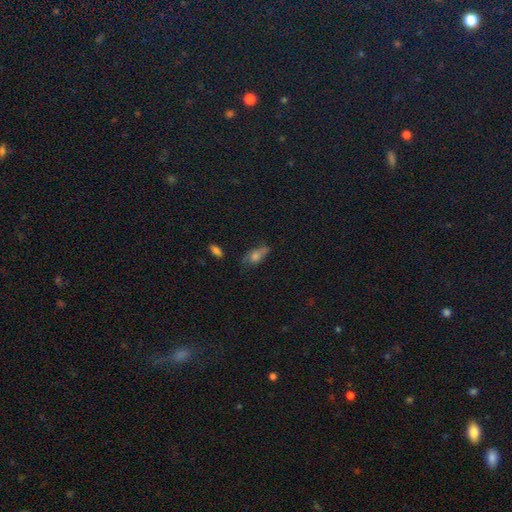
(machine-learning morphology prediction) A smooth galaxy with no disk features (51%) that is in between round and cigar-shaped (68%).

Vote fractions:
- Smooth or featured? smooth: 51% / featured or disk: 31% / star or artifact: 18%
- How rounded? in between: 68% / cigar-shaped: 25% / round: 7%
- Merging? none: 58% / minor disturbance: 27% / major disturbance: 11% / merger: 5%